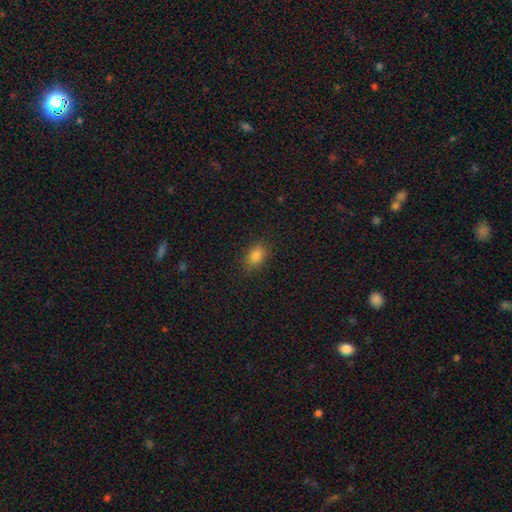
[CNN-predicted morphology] The model was most divided on "how rounded": in between: 77%, round: 21%, cigar-shaped: 2%. More confident: merging — none (87%); smooth or featured — smooth (82%).